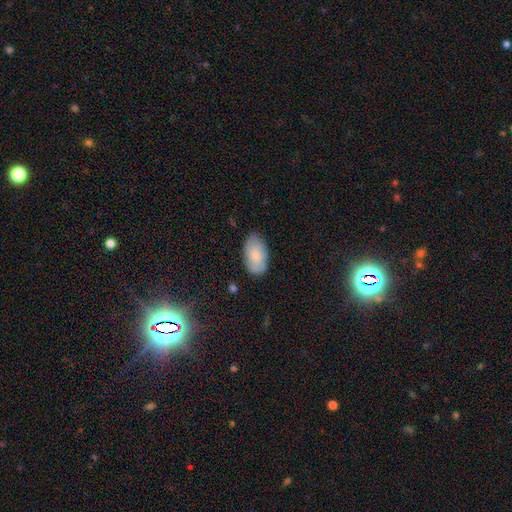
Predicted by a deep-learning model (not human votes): A smooth galaxy with no disk features (78%) that is in between round and cigar-shaped (94%).

Vote fractions:
- Smooth or featured? smooth: 78% / featured or disk: 15% / star or artifact: 7%
- How rounded? in between: 94% / round: 4% / cigar-shaped: 2%
- Merging? none: 79% / minor disturbance: 16% / major disturbance: 3% / merger: 1%